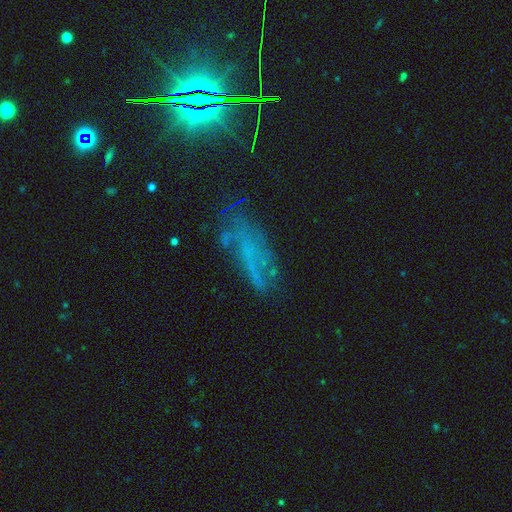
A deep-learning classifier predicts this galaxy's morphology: Smooth or featured? featured or disk (39%)
Merging? none (54%)